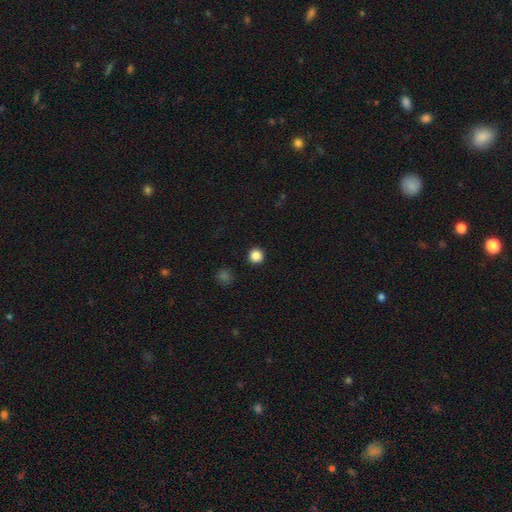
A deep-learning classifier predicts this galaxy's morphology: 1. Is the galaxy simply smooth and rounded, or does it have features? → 86% smooth, 11% star or artifact, 3% featured or disk.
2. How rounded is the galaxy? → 95% round, 4% in between, 1% cigar-shaped.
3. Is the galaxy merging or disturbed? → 94% none, 4% minor disturbance, 1% major disturbance, 1% merger.